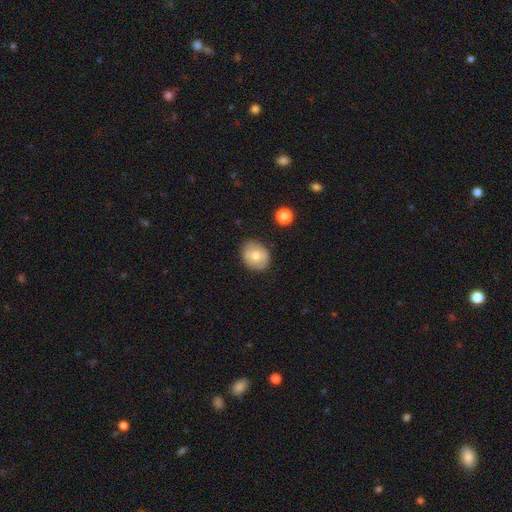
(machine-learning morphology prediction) Smooth or featured? Predicted: smooth (p=0.69). How rounded? Predicted: round (p=0.58). Merging? Predicted: none (p=0.85).